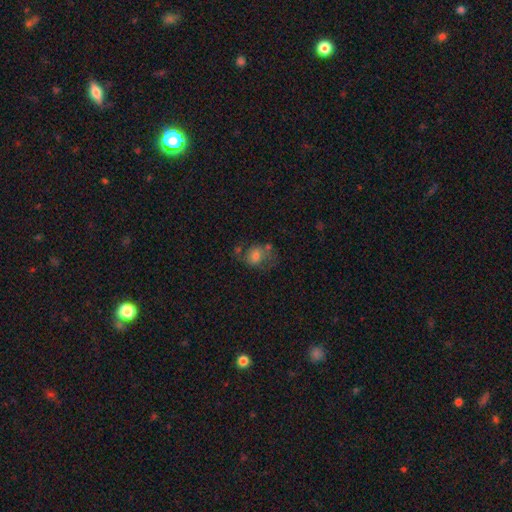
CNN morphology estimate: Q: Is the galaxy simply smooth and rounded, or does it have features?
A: smooth — 63%.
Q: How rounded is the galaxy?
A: round — 53%.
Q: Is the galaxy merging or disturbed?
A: none — 43%.